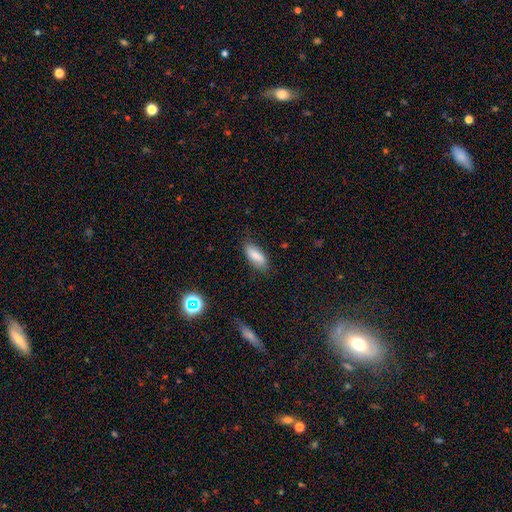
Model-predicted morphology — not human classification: smooth 82%, featured or disk 11%, star or artifact 8%. Down the decision tree: how rounded — in between (79%); merging — none (78%).